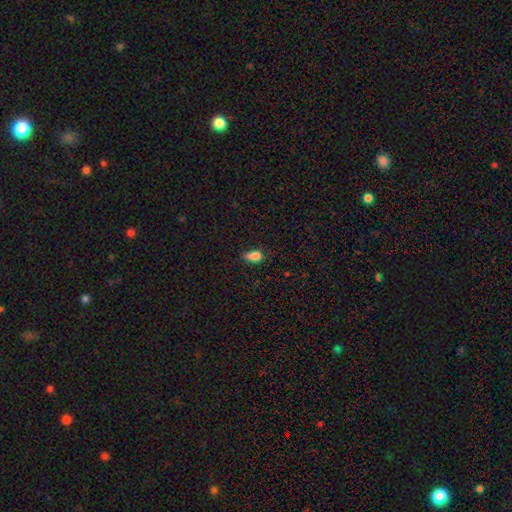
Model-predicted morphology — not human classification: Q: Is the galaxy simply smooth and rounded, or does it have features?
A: smooth — 83%.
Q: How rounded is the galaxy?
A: in between — 85%.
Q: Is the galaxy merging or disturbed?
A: none — 60%.